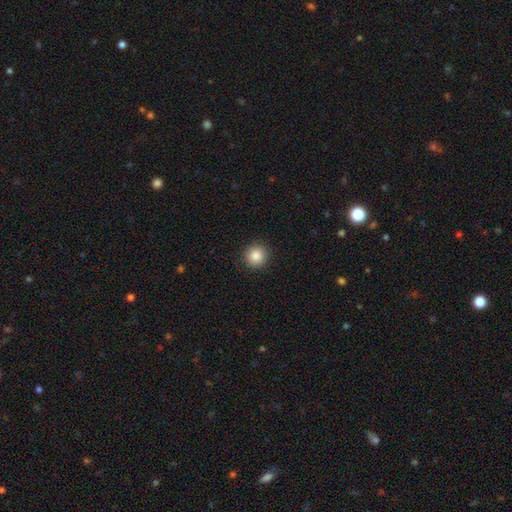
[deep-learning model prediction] Morphology: type=smooth (86%); roundness=round (93%); merging=none (92%).